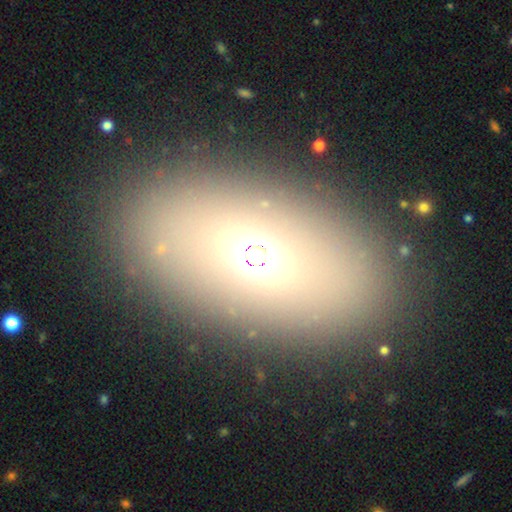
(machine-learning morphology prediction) Smooth or featured? Predicted: smooth (p=0.56). How rounded? Predicted: in between (p=0.83). Merging? Predicted: none (p=0.84).